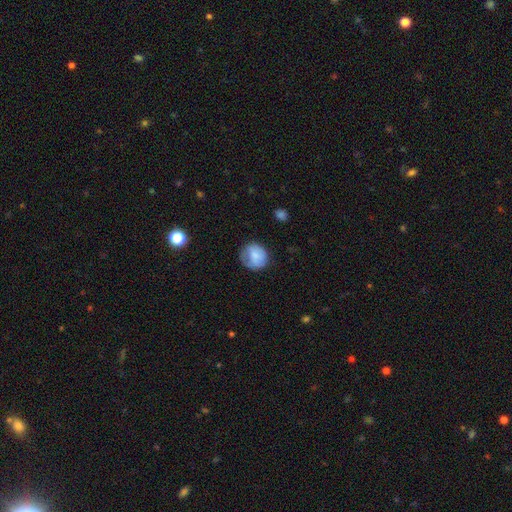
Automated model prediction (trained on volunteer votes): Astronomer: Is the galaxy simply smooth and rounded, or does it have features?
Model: smooth — 76%.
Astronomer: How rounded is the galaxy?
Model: round — 78%.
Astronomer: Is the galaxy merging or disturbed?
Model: none — 61%.